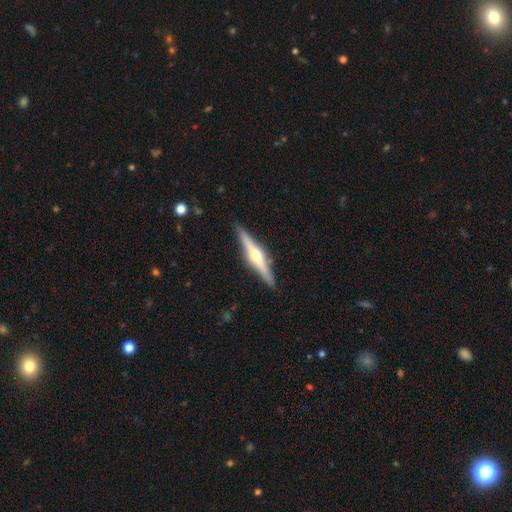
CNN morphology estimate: featured or disk 71%, smooth 24%, star or artifact 5%. Down the decision tree: edge-on disk — yes (97%); edge-on bulge — rounded (90%); merging — none (90%).